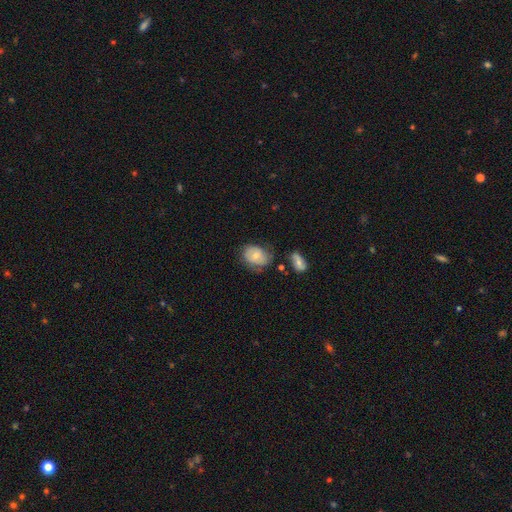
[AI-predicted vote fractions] This appears to be a smooth galaxy with no disk features (60%) that is in between round and cigar-shaped (58%). Merging: none (54%).